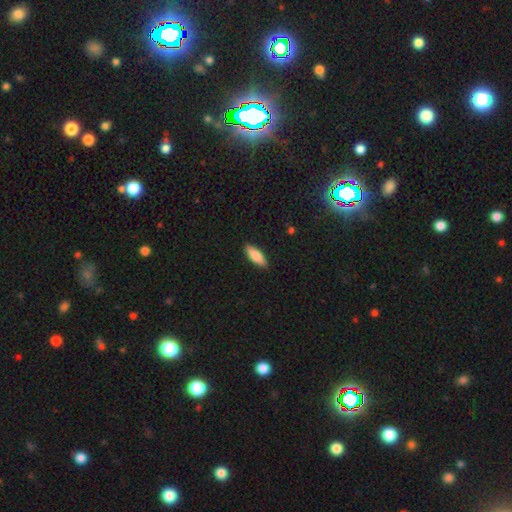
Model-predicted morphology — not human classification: Smooth or featured? smooth (85%)
How rounded? in between (63%)
Merging? none (90%)